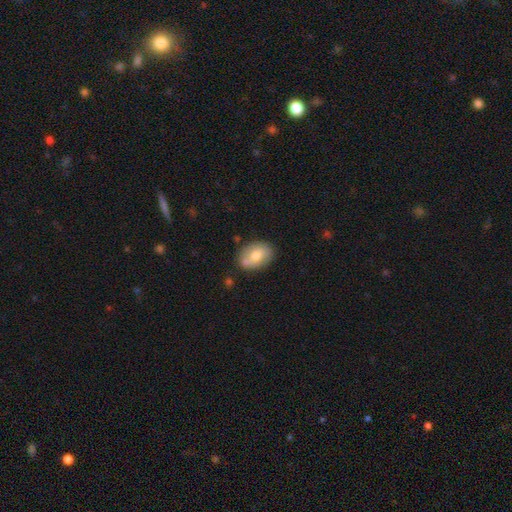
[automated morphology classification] This appears to be a smooth galaxy with no disk features (69%) that is in between round and cigar-shaped (82%). Merging: none (70%).